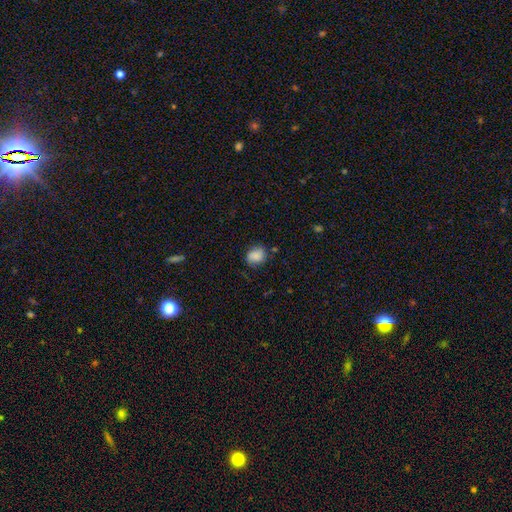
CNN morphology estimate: smooth_or_featured: smooth (p=0.83) [alt: featured or disk p=0.09]
how_rounded: round (p=0.54) [alt: in between p=0.45]
merging: none (p=0.70) [alt: minor disturbance p=0.22]